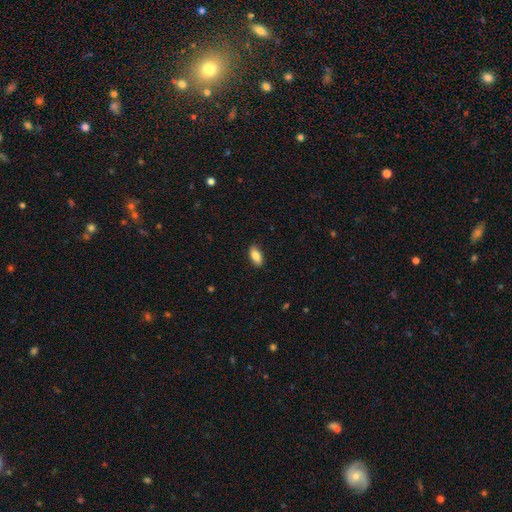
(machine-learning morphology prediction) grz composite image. It shows a smooth galaxy with no disk features (86%) that is in between round and cigar-shaped (89%). Merging: none (88%).